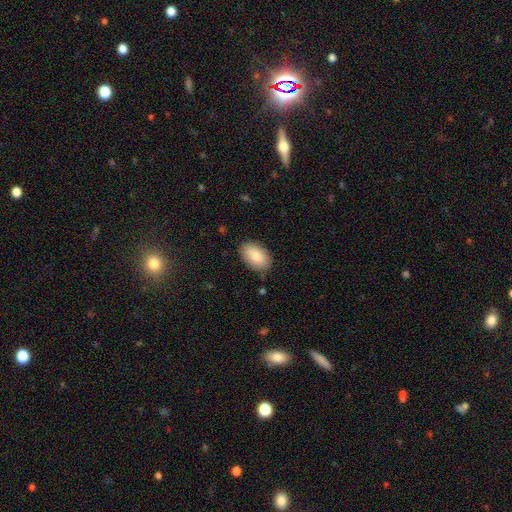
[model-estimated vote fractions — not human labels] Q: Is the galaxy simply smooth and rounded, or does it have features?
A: smooth — 85%.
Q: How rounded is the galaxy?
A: in between — 92%.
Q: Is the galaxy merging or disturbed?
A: none — 83%.